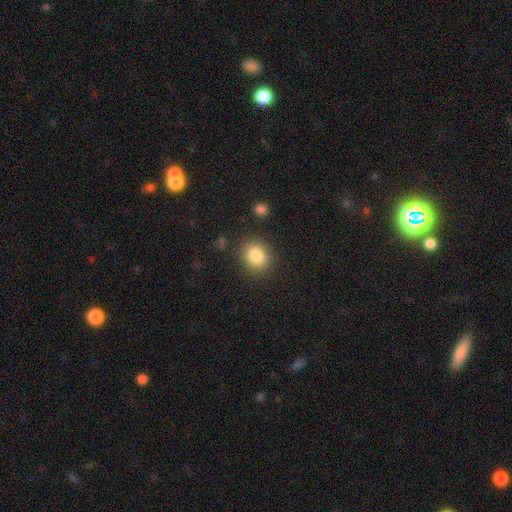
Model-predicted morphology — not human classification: The model was most divided on "how rounded": round: 72%, in between: 28%, cigar-shaped: 1%. More confident: merging — none (85%); smooth or featured — smooth (84%).